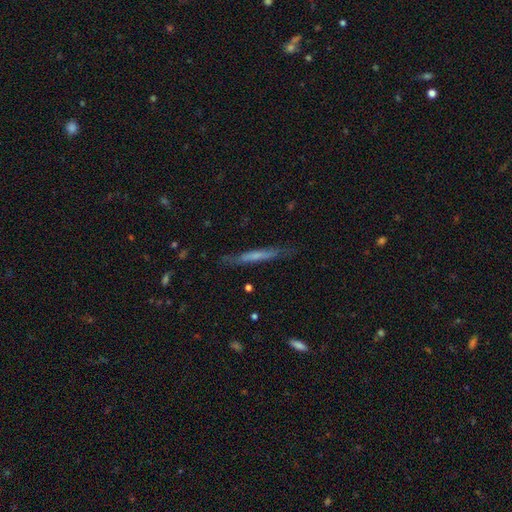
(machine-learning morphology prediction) The model was most divided on "smooth or featured": smooth: 49%, featured or disk: 44%, star or artifact: 7%. More confident: merging — none (81%).